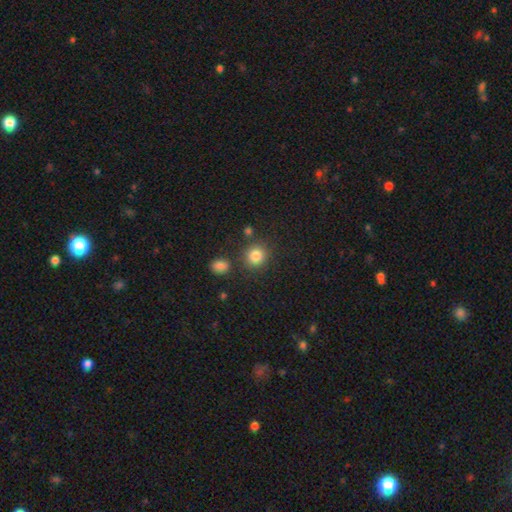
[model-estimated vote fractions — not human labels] This appears to be a smooth galaxy with no disk features (83%) that is round (85%). Merging: none (81%).